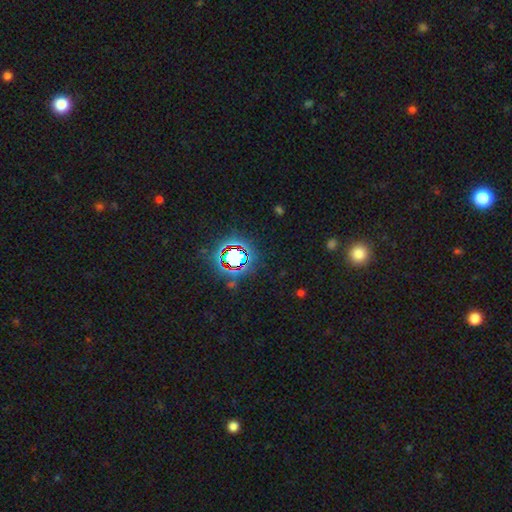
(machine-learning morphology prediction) Smooth or featured: star or artifact — 76% (smooth — 16%)